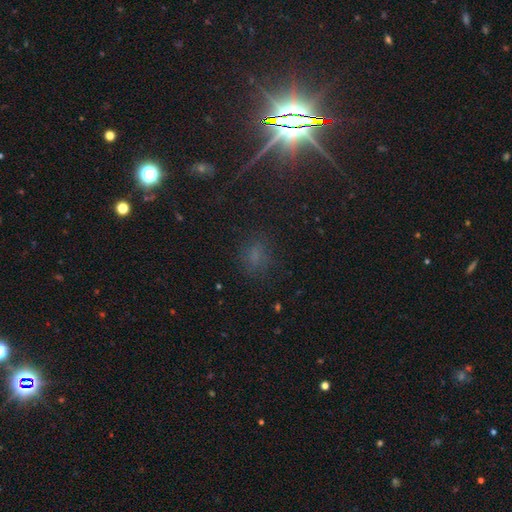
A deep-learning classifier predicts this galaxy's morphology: This appears to be a smooth galaxy with no disk features (45%). Merging: none (76%).